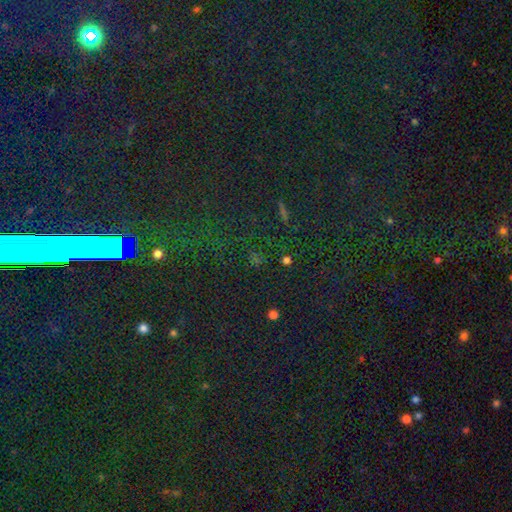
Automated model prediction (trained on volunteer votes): Q: Smooth or featured?
A: star or artifact (69%); runner-up: smooth (24%)